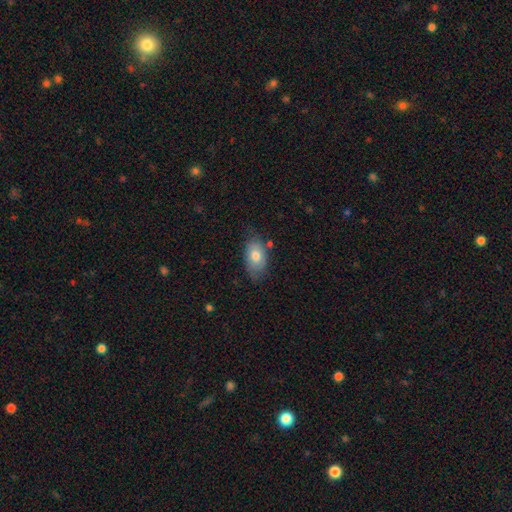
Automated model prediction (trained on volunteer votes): smooth-or-featured: smooth: 74% | featured or disk: 19% | star or artifact: 7%
  how-rounded: in between: 90% | round: 8% | cigar-shaped: 2%
  merging: none: 68% | minor disturbance: 23% | major disturbance: 5% | merger: 4%